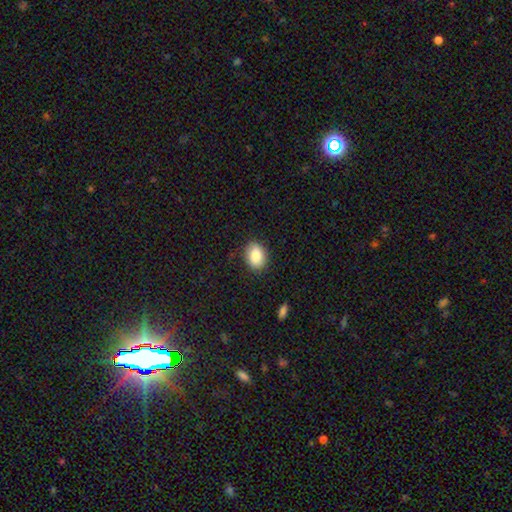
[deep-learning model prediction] A smooth galaxy with no disk features (87%) that is in between round and cigar-shaped (72%).

Vote fractions:
- Smooth or featured? smooth: 87% / star or artifact: 8% / featured or disk: 5%
- How rounded? in between: 72% / round: 26% / cigar-shaped: 1%
- Merging? none: 86% / minor disturbance: 10% / major disturbance: 3% / merger: 1%